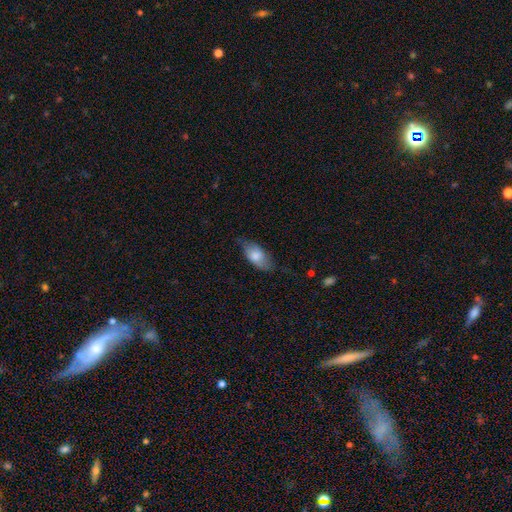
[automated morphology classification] The model was most divided on "merging": none: 65%, minor disturbance: 26%, major disturbance: 7%, merger: 1%. More confident: how rounded — in between (88%); smooth or featured — smooth (72%).